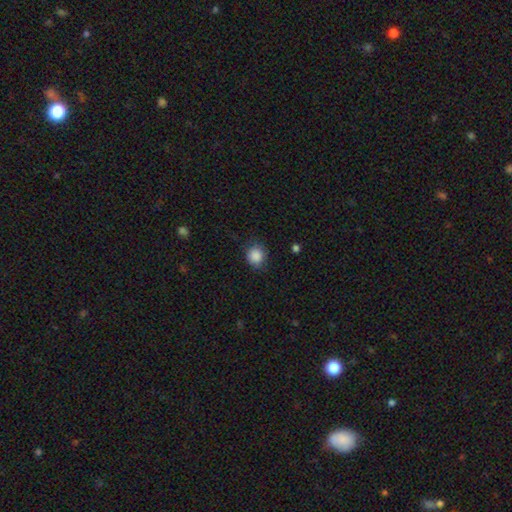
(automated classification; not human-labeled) Q: Smooth or featured?
A: smooth (88%); runner-up: star or artifact (9%)
Q: How rounded?
A: round (83%); runner-up: in between (16%)
Q: Merging?
A: none (81%); runner-up: minor disturbance (14%)